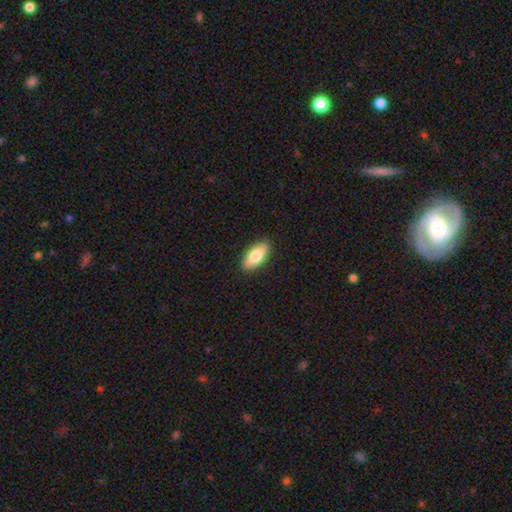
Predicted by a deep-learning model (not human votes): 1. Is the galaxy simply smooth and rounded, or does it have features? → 76% smooth, 18% featured or disk, 6% star or artifact.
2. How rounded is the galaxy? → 84% in between, 14% cigar-shaped, 3% round.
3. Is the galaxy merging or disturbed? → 90% none, 7% minor disturbance, 2% major disturbance, 1% merger.